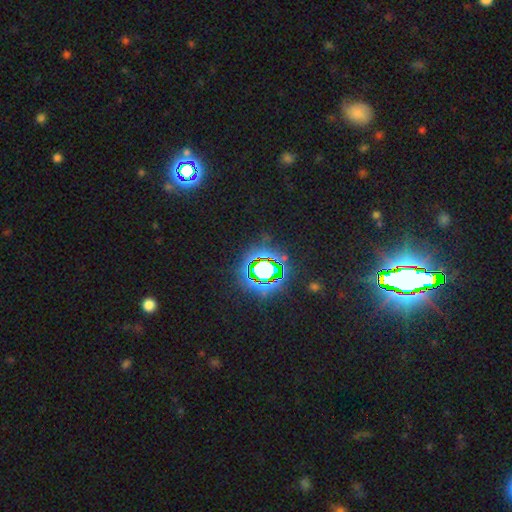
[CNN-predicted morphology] This appears to be a star or artifact, not a galaxy (82%).